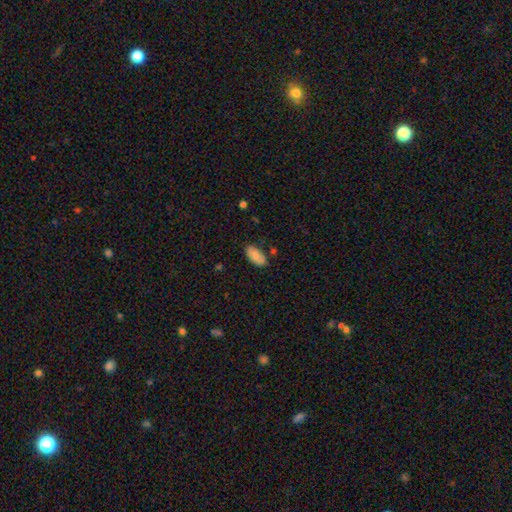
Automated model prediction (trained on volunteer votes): smooth_or_featured: smooth (p=0.82) [alt: featured or disk p=0.12]
how_rounded: in between (p=0.94) [alt: cigar-shaped p=0.04]
merging: none (p=0.78) [alt: minor disturbance p=0.15]